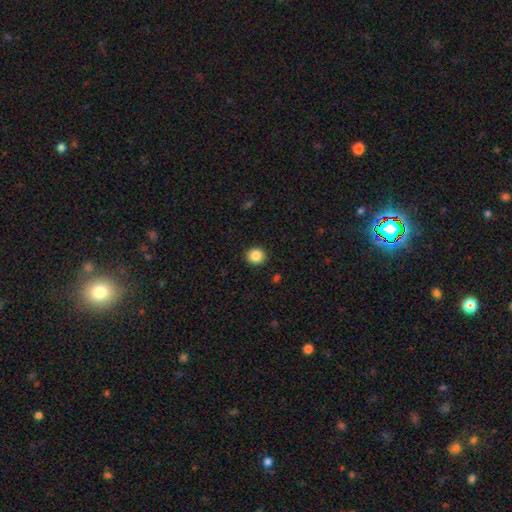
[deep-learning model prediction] Morphology: type=smooth (87%); roundness=round (90%); merging=none (92%).